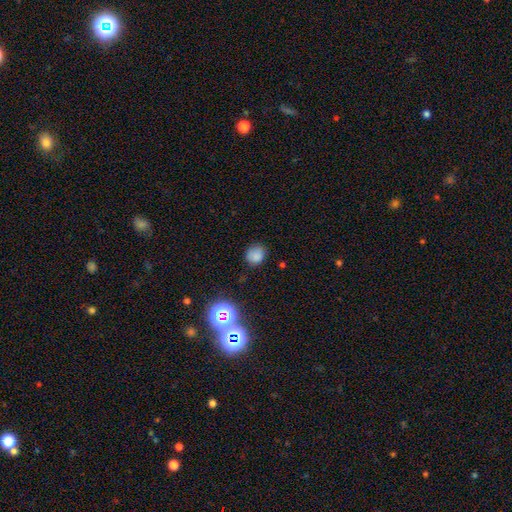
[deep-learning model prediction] Morphology: type=smooth (77%); roundness=round (70%); merging=none (77%).